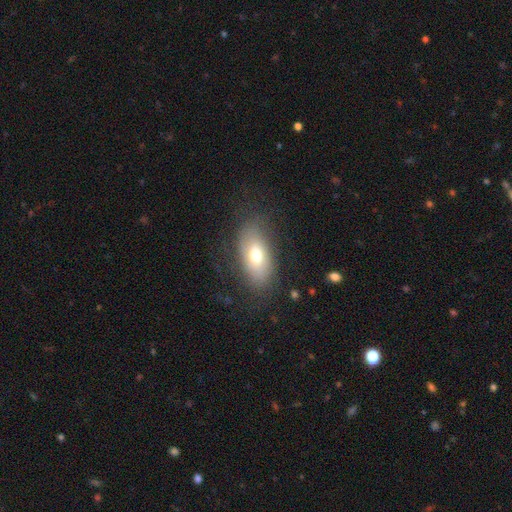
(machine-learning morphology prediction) smooth_or_featured: smooth (p=0.63) [alt: featured or disk p=0.28]
how_rounded: in between (p=0.90) [alt: round p=0.06]
merging: none (p=0.74) [alt: minor disturbance p=0.17]